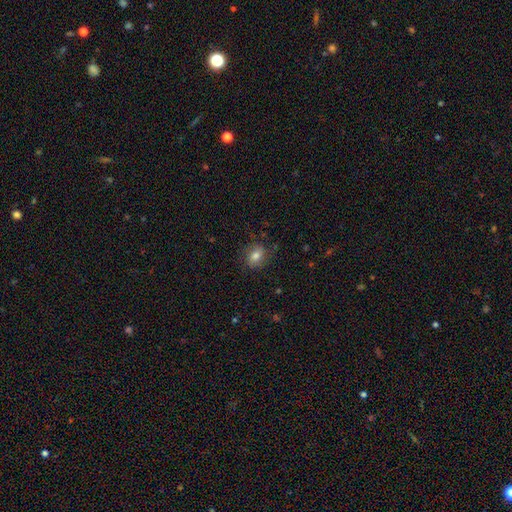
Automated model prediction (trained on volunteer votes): This is likely a smooth galaxy (75%). How rounded: possibly in between (56%). Merging: likely none (78%).